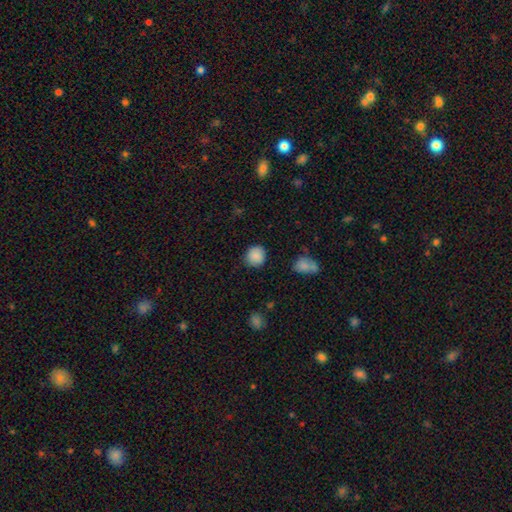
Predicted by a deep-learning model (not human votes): smooth 87%, star or artifact 8%, featured or disk 5%. Down the decision tree: how rounded — round (87%); merging — none (84%).